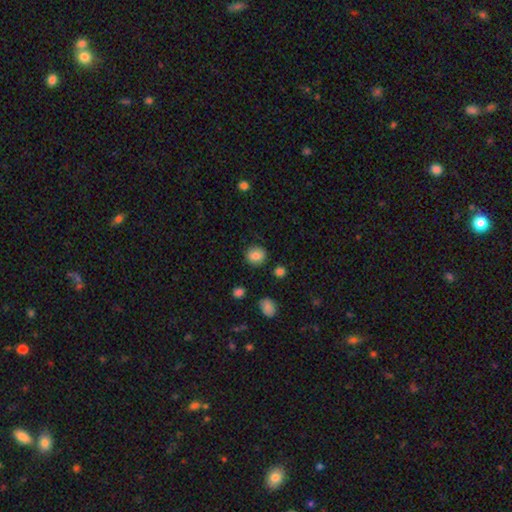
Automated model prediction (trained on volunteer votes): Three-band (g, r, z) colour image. It shows a smooth galaxy with no disk features (83%) that is round (81%). Merging: none (87%).